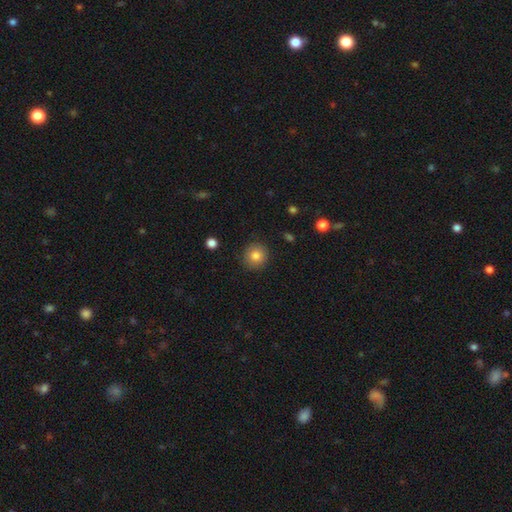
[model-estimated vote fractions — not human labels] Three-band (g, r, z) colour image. It shows a smooth galaxy with no disk features (82%) that is round (92%). Merging: none (90%).